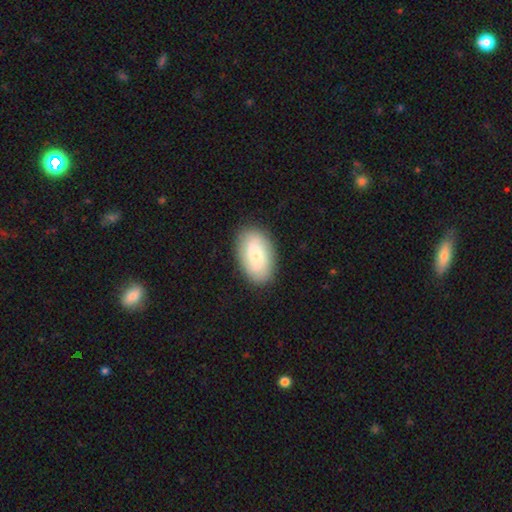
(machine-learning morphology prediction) Smooth or featured: smooth — 69% (featured or disk — 25%)
How rounded: in between — 93% (round — 5%)
Merging: none — 87% (minor disturbance — 10%)